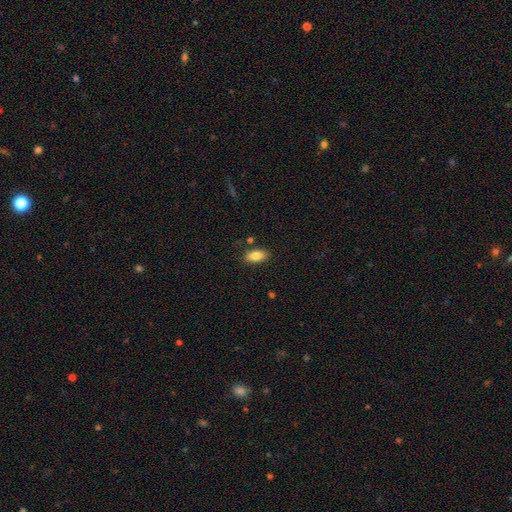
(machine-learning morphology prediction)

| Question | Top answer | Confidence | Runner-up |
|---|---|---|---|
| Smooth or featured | smooth | 83% | featured or disk (9%) |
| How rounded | in between | 91% | round (5%) |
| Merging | none | 83% | minor disturbance (11%) |